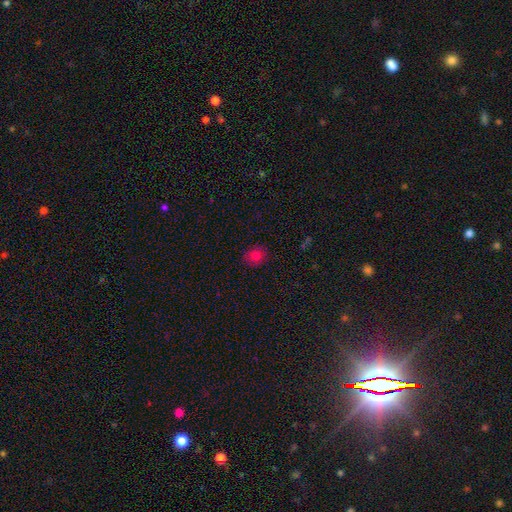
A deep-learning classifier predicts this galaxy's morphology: smooth 76%, star or artifact 13%, featured or disk 10%. Down the decision tree: how rounded — round (78%); merging — none (87%).